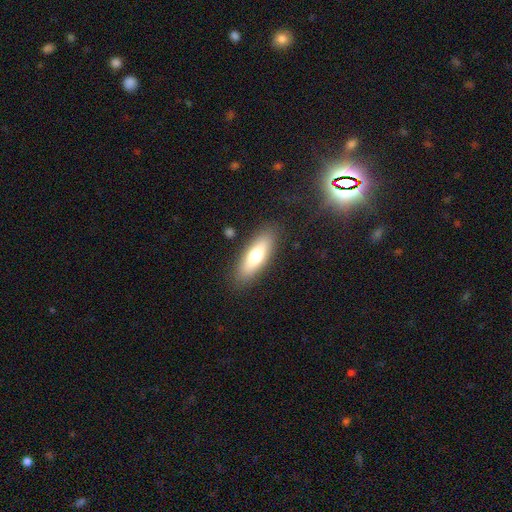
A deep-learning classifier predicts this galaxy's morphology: smooth 68%, featured or disk 25%, star or artifact 7%. Down the decision tree: how rounded — in between (55%); merging — none (86%).